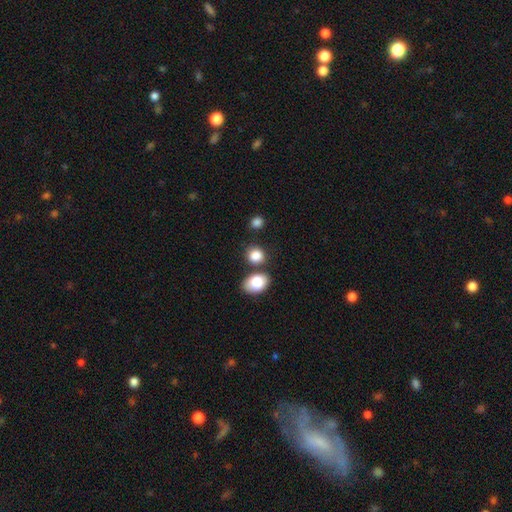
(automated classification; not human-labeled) smooth-or-featured: smooth: 84% | star or artifact: 9% | featured or disk: 7%
  how-rounded: round: 58% | in between: 41% | cigar-shaped: 1%
  merging: none: 70% | merger: 15% | minor disturbance: 11% | major disturbance: 4%